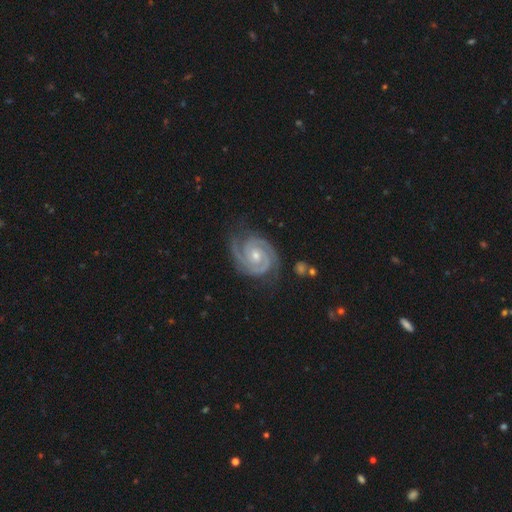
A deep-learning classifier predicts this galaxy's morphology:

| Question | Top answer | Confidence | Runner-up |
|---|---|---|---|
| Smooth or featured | featured or disk | 93% | star or artifact (4%) |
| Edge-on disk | no | 98% | yes (2%) |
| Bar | no | 64% | weak (27%) |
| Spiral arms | yes | 99% | no (1%) |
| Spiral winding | tight | 72% | medium (25%) |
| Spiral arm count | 2 | 79% | 3 (12%) |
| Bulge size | moderate | 51% | small (46%) |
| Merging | none | 76% | minor disturbance (17%) |